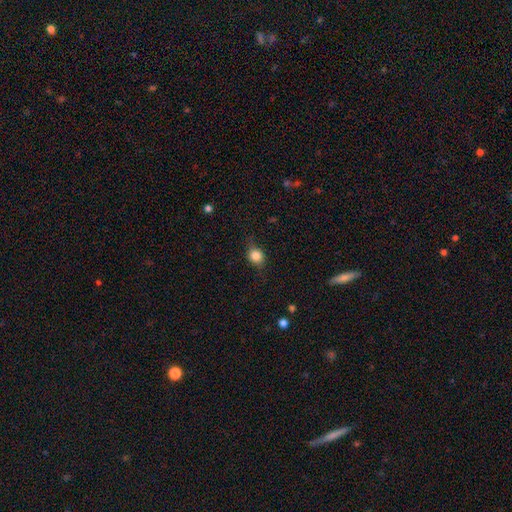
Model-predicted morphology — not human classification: This appears to be a smooth galaxy with no disk features (82%) that is round (67%). Merging: none (71%).